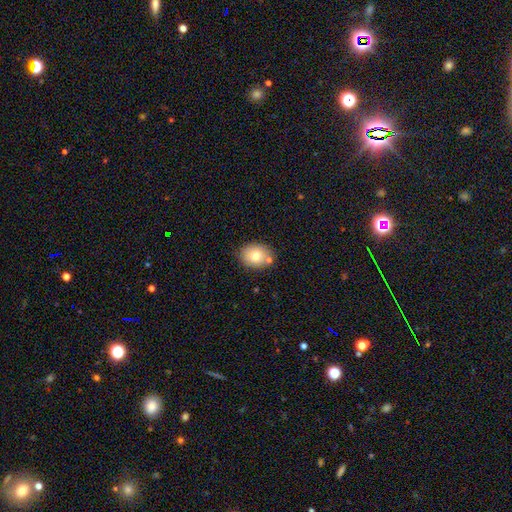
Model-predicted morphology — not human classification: smooth-or-featured: smooth: 77% | featured or disk: 13% | star or artifact: 9%
  how-rounded: in between: 50% | round: 49% | cigar-shaped: 1%
  merging: none: 76% | minor disturbance: 13% | merger: 9% | major disturbance: 3%